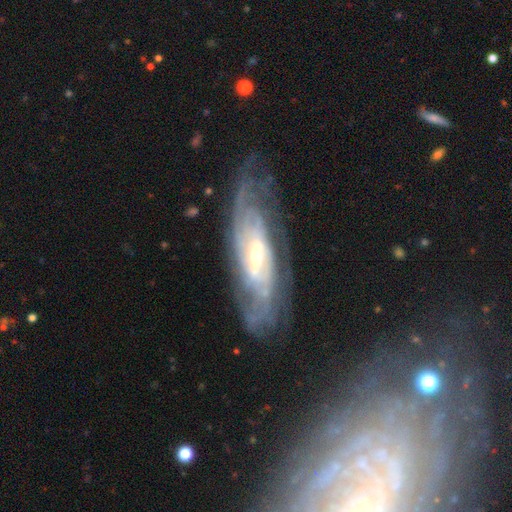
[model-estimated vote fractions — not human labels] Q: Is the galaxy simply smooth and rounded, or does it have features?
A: featured or disk — 86%.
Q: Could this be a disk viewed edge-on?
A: no — 85%.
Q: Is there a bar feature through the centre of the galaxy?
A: weak — 40%.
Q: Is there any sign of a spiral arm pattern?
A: yes — 93%.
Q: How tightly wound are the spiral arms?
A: tight — 65%.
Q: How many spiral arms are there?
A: can't tell — 47%.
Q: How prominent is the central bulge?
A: small — 53%.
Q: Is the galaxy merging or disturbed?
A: none — 70%.